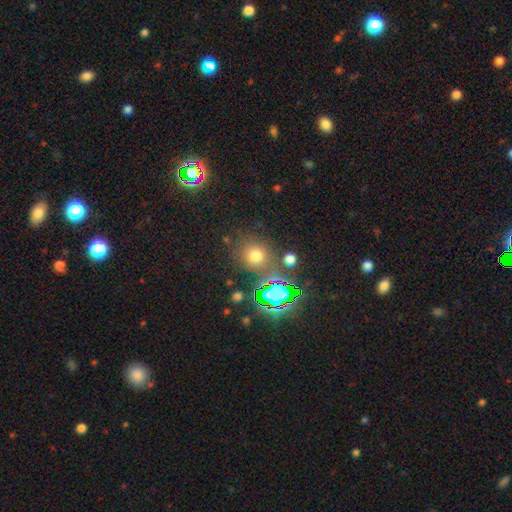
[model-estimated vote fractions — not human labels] The model was most divided on "smooth or featured": smooth: 66%, star or artifact: 27%, featured or disk: 8%. More confident: how rounded — round (83%); merging — none (74%).